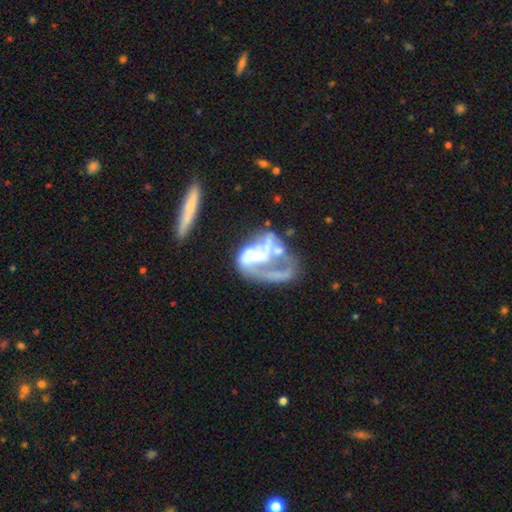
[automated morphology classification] Smooth or featured? featured or disk (71%)
Edge-on disk? no (97%)
Bar? no (76%)
Spiral arms? no (59%)
Bulge size? none (42%)
Merging? major disturbance (44%)